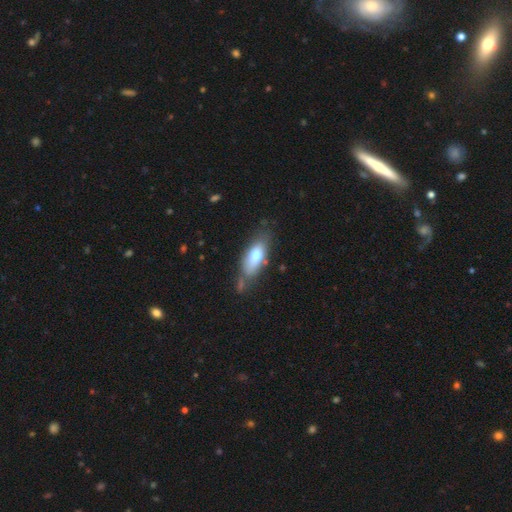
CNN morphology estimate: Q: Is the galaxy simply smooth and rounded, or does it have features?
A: smooth — 71%.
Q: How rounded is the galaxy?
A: in between — 76%.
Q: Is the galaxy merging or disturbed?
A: none — 58%.